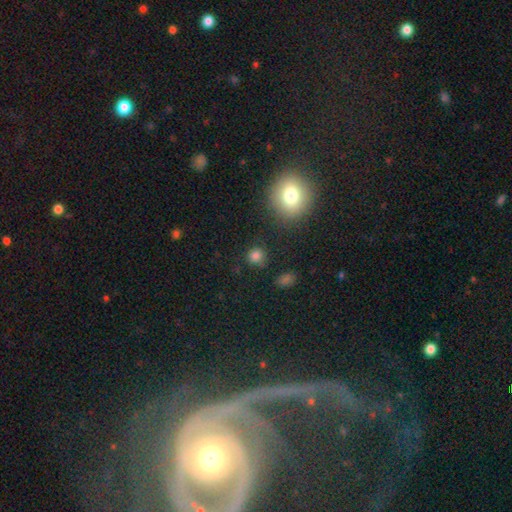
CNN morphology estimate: A smooth galaxy with no disk features (79%) that is round (87%).

Vote fractions:
- Smooth or featured? smooth: 79% / star or artifact: 16% / featured or disk: 5%
- How rounded? round: 87% / in between: 12% / cigar-shaped: 1%
- Merging? none: 82% / minor disturbance: 11% / major disturbance: 4% / merger: 3%